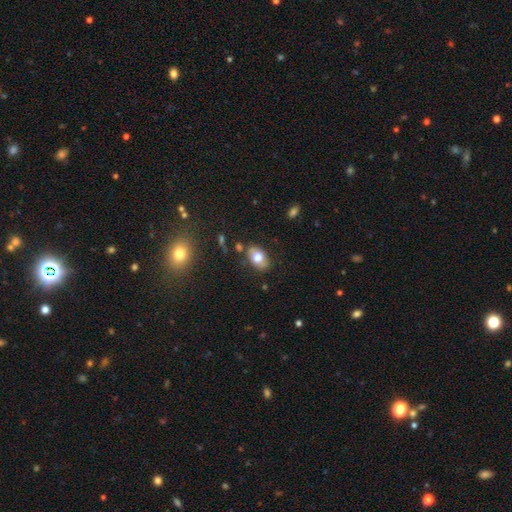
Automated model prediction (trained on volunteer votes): Smooth or featured?
  - smooth: 69% *
  - featured or disk: 20%
  - star or artifact: 11%
How rounded?
  - in between: 82% *
  - round: 17%
  - cigar-shaped: 2%
Merging?
  - none: 79% *
  - minor disturbance: 13%
  - merger: 5%
  - major disturbance: 3%